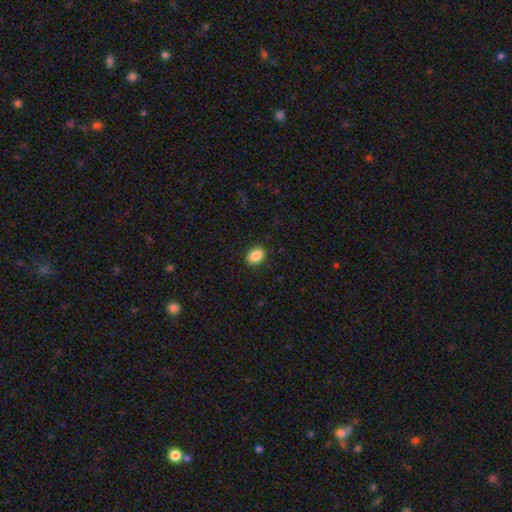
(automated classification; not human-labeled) Overall: smooth (89%). How rounded: in between (79%). Merging: none (90%).